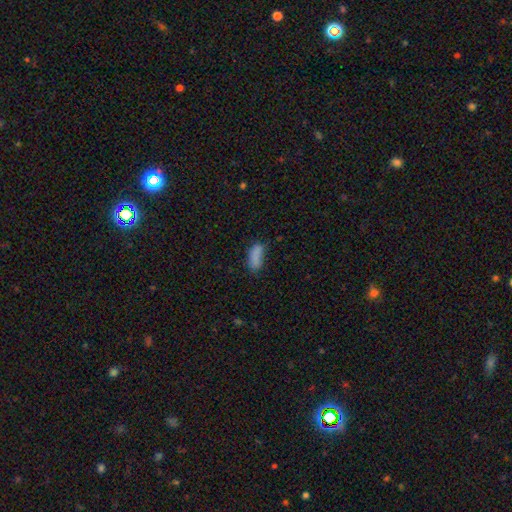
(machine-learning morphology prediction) Smooth or featured? smooth (84%)
How rounded? in between (83%)
Merging? none (59%)